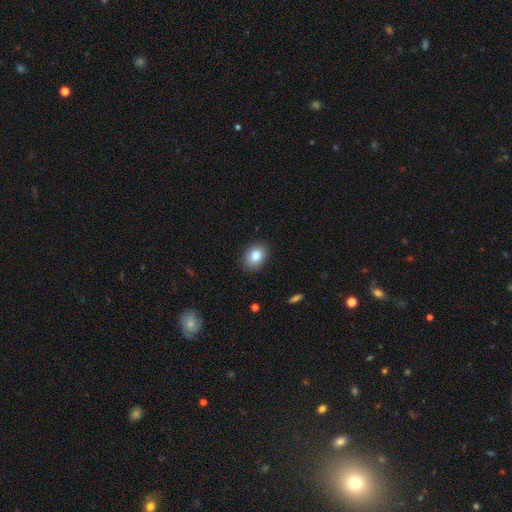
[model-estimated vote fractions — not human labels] Smooth or featured?
  - smooth: 81% *
  - featured or disk: 10%
  - star or artifact: 9%
How rounded?
  - in between: 60% *
  - round: 40%
  - cigar-shaped: 1%
Merging?
  - none: 88% *
  - minor disturbance: 9%
  - major disturbance: 2%
  - merger: 1%